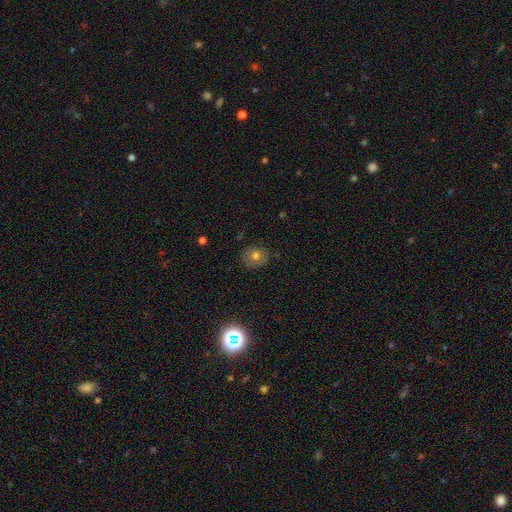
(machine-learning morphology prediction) Smooth or featured? Predicted: smooth (p=0.70). How rounded? Predicted: round (p=0.80). Merging? Predicted: none (p=0.84).